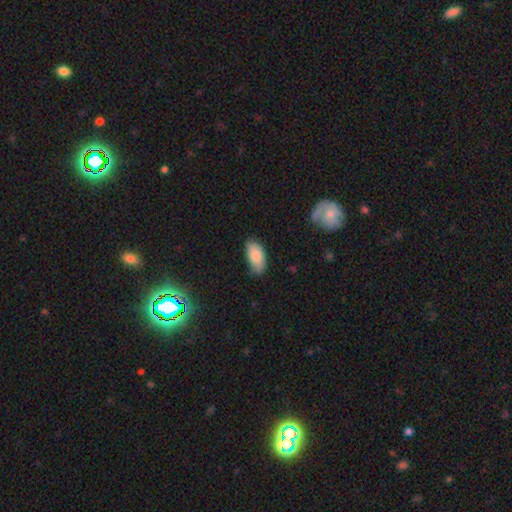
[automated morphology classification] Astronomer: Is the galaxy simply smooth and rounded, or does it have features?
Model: smooth — 84%.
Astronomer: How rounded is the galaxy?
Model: in between — 92%.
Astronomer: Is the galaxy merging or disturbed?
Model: none — 73%.